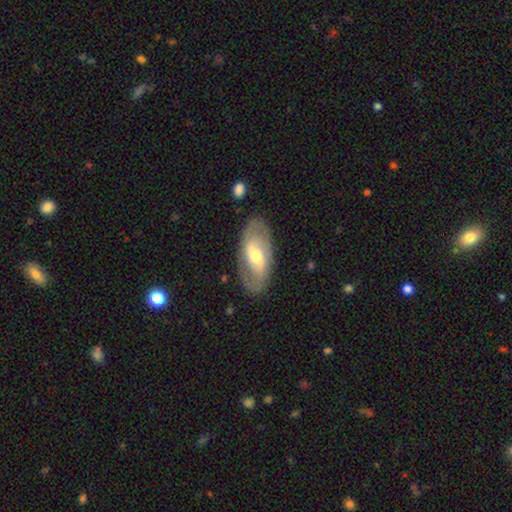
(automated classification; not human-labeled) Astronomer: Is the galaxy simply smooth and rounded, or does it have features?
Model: featured or disk — 68%.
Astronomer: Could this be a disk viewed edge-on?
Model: no — 91%.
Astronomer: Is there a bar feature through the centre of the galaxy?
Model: weak — 43% (runner-up: no, 32%).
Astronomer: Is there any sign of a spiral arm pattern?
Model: yes — 74%.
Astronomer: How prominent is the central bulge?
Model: moderate — 62%.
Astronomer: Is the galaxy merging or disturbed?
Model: none — 81%.